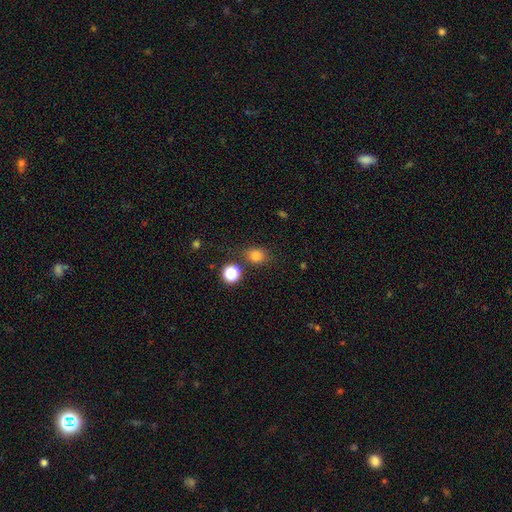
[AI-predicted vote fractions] smooth_or_featured: smooth (p=0.79) [alt: star or artifact p=0.15]
how_rounded: round (p=0.60) [alt: in between p=0.38]
merging: none (p=0.78) [alt: minor disturbance p=0.12]